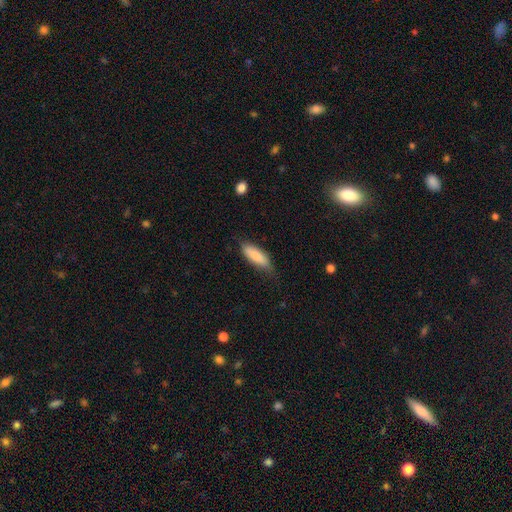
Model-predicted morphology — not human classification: A smooth galaxy with no disk features (85%) that is in between round and cigar-shaped (60%).

Vote fractions:
- Smooth or featured? smooth: 85% / featured or disk: 9% / star or artifact: 6%
- How rounded? in between: 60% / cigar-shaped: 38% / round: 2%
- Merging? none: 68% / minor disturbance: 25% / major disturbance: 5% / merger: 1%